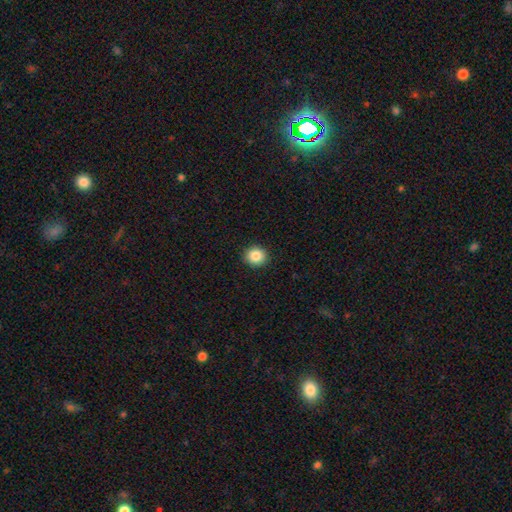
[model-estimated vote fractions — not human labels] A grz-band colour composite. It shows a smooth galaxy with no disk features (86%) that is round (86%). Merging: none (92%).